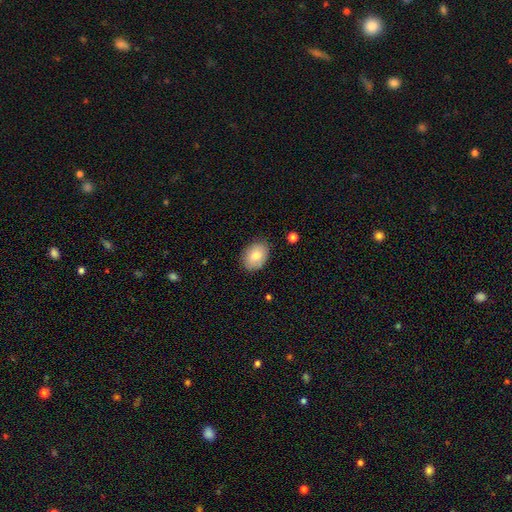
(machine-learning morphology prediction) Overall: smooth (82%). How rounded: in between (78%). Merging: none (83%).